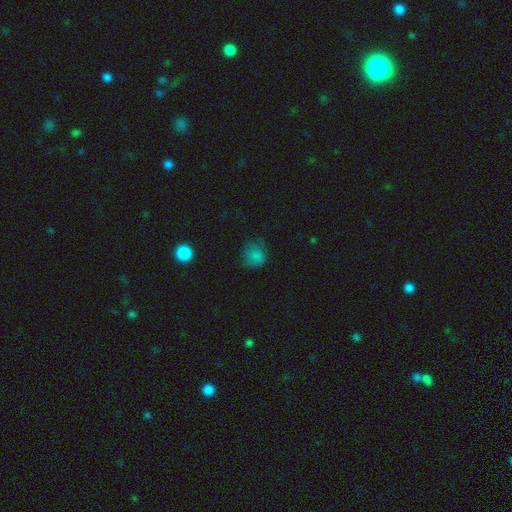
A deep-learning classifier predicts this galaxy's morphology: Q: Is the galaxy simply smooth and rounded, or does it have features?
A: smooth — 78%.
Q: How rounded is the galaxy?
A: round — 77%.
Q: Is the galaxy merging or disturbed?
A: none — 62%.